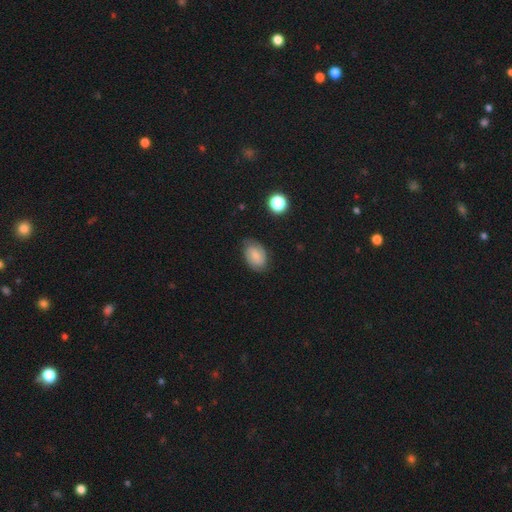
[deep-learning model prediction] Q: Smooth or featured?
A: smooth (54%); runner-up: featured or disk (37%)
Q: How rounded?
A: in between (86%); runner-up: round (13%)
Q: Merging?
A: none (75%); runner-up: minor disturbance (19%)